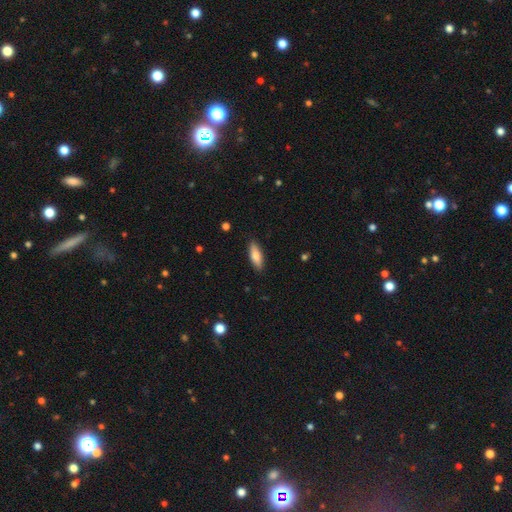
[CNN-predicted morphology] Smooth or featured?
  - smooth: 77% *
  - featured or disk: 17%
  - star or artifact: 6%
How rounded?
  - in between: 58% *
  - cigar-shaped: 40%
  - round: 2%
Merging?
  - none: 88% *
  - minor disturbance: 9%
  - major disturbance: 2%
  - merger: 1%